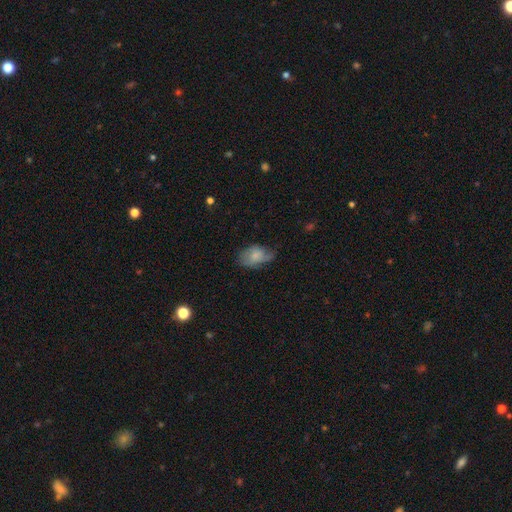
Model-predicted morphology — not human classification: The model was most divided on "merging" (2-way tie): none: 38%, minor disturbance: 38%, major disturbance: 22%, merger: 2%. More confident: how rounded — in between (87%); smooth or featured — smooth (66%).